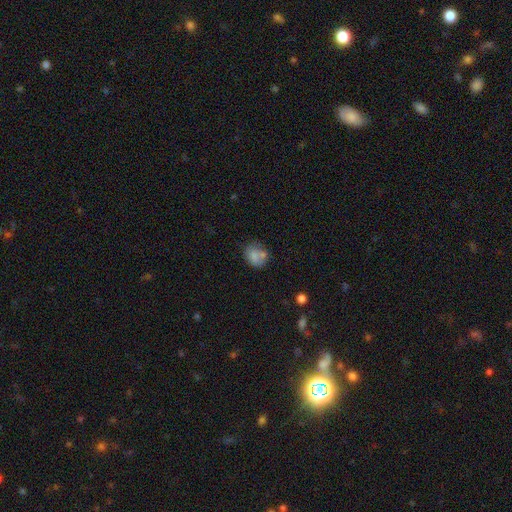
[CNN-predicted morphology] type=smooth (73%); roundness=round (57%); merging=none (51%).